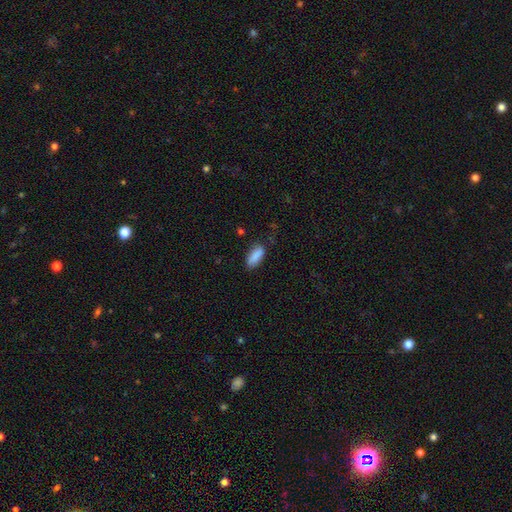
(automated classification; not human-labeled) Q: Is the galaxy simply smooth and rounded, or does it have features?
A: smooth — 88%.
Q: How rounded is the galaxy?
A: in between — 78%.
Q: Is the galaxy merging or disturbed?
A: none — 75%.